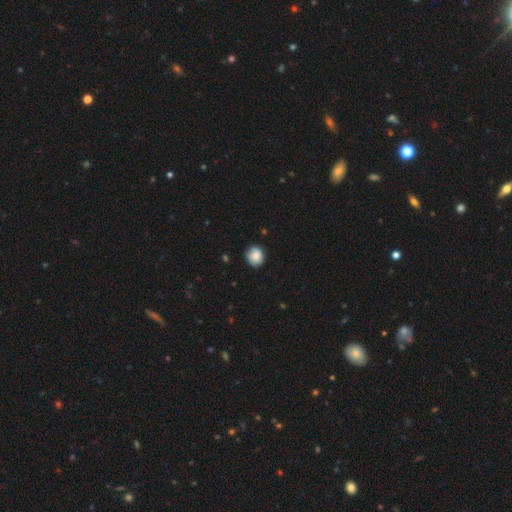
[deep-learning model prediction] Smooth or featured? Predicted: smooth (p=0.84). How rounded? Predicted: round (p=0.82). Merging? Predicted: none (p=0.83).